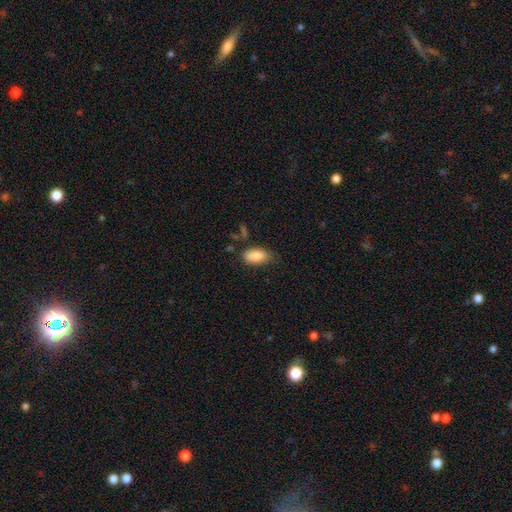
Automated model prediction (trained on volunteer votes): smooth 86%, star or artifact 7%, featured or disk 6%. Down the decision tree: how rounded — in between (92%); merging — none (66%).